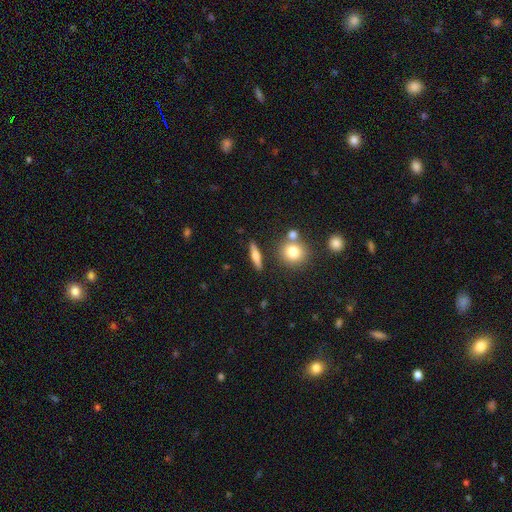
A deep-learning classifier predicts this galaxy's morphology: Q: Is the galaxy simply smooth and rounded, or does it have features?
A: smooth — 50%.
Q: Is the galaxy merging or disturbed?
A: none — 84%.